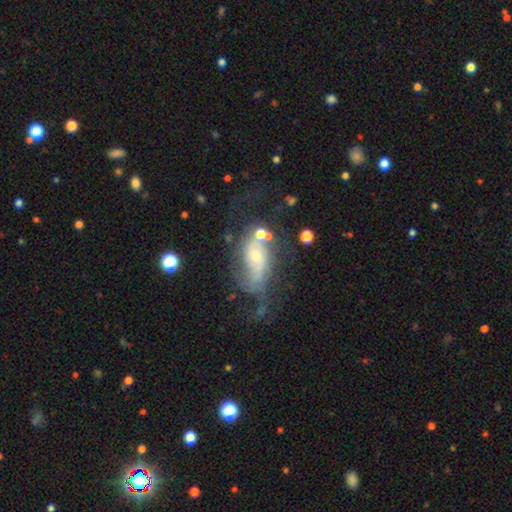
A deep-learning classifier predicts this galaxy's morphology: smooth-or-featured: featured or disk: 66% | smooth: 24% | star or artifact: 10%
  disk-edge-on: no: 93% | yes: 7%
    bar: no: 64% | weak: 27% | strong: 9%
    has-spiral-arms: yes: 75% | no: 25%
    bulge-size: small: 62% | moderate: 29% | none: 4% | large: 4% | dominant: 2%
  merging: major disturbance: 36% | none: 33% | minor disturbance: 21% | merger: 10%